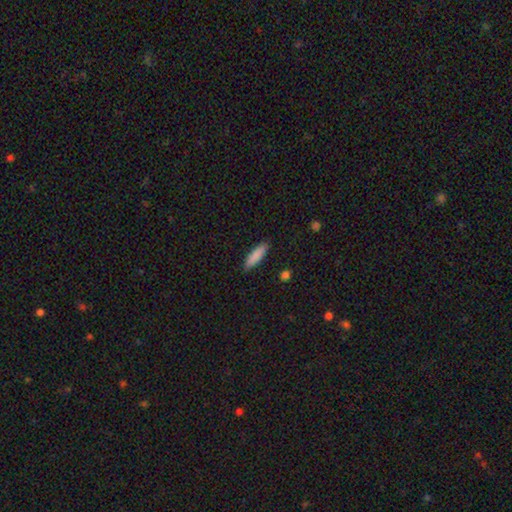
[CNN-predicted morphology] smooth_or_featured: smooth (p=0.87) [alt: featured or disk p=0.07]
how_rounded: cigar-shaped (p=0.67) [alt: in between p=0.32]
merging: none (p=0.88) [alt: minor disturbance p=0.09]